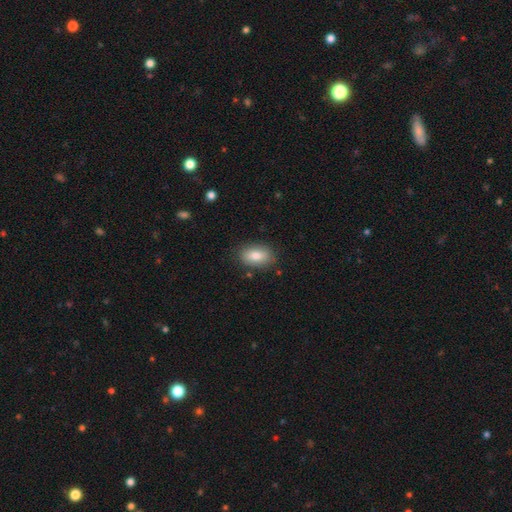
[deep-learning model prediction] The model was most divided on "smooth or featured": smooth: 80%, featured or disk: 12%, star or artifact: 7%. More confident: how rounded — in between (89%); merging — none (83%).